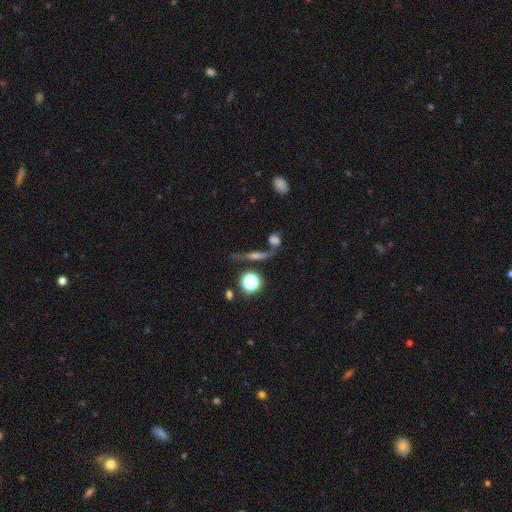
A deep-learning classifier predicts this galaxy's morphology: This is possibly a featured or disk galaxy (55%). It is clearly viewed edge-on (84%). Merging: likely none (65%).